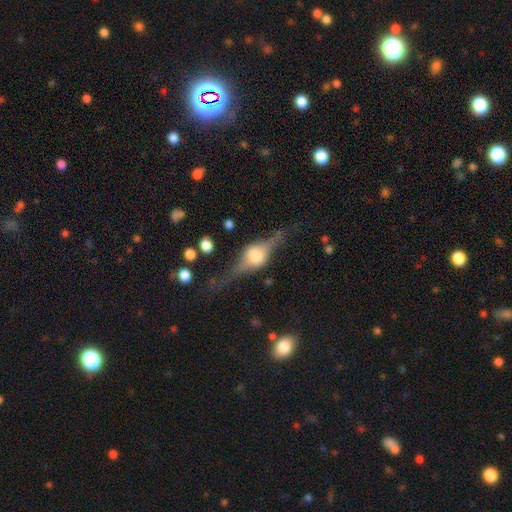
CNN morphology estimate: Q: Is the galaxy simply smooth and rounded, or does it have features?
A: featured or disk — 81%.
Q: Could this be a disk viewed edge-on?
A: yes — 95%.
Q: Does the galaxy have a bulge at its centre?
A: rounded — 92%.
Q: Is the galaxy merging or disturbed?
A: none — 72%.